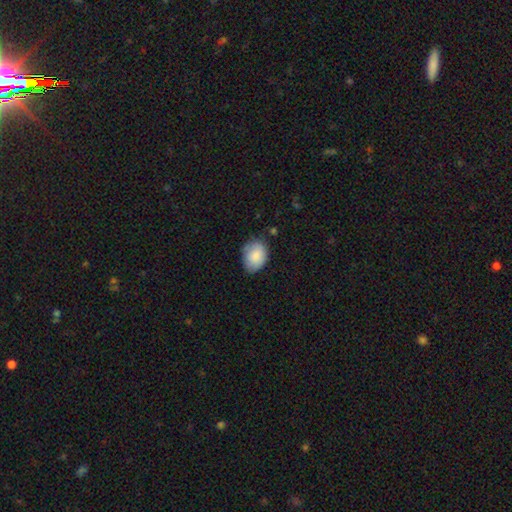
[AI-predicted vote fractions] Smooth or featured?
  - smooth: 85% *
  - featured or disk: 8%
  - star or artifact: 7%
How rounded?
  - in between: 69% *
  - round: 30%
  - cigar-shaped: 1%
Merging?
  - none: 65% *
  - minor disturbance: 28%
  - major disturbance: 5%
  - merger: 2%